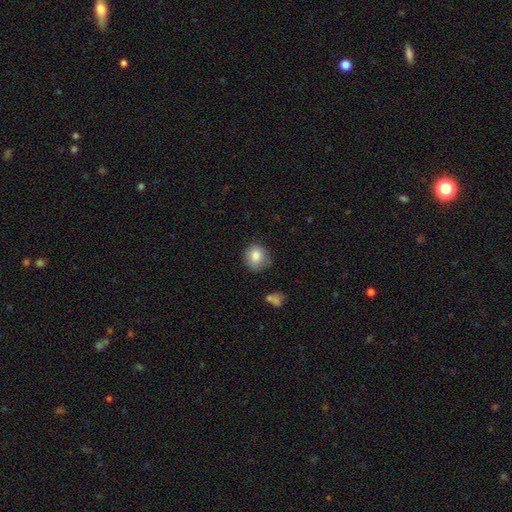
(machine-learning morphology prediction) This is clearly a smooth galaxy (84%). How rounded: clearly round (85%). Merging: likely none (74%).